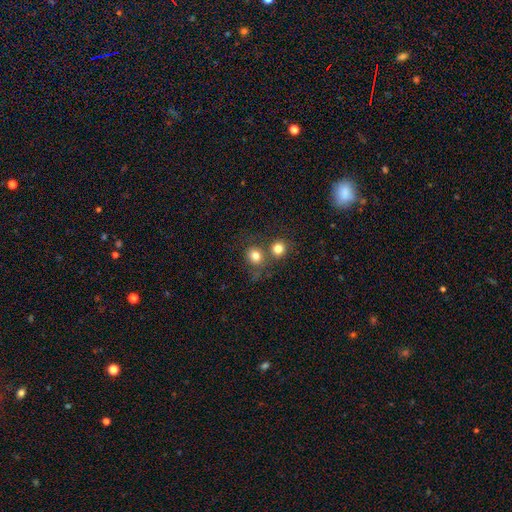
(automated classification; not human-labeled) This appears to be a smooth galaxy with no disk features (78%) that is round (80%). Merging: none (56%).